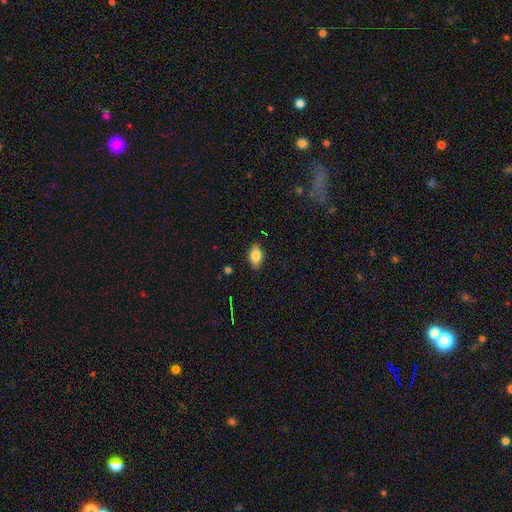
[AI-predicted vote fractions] Morphology: type=smooth (83%); roundness=in between (89%); merging=none (85%).